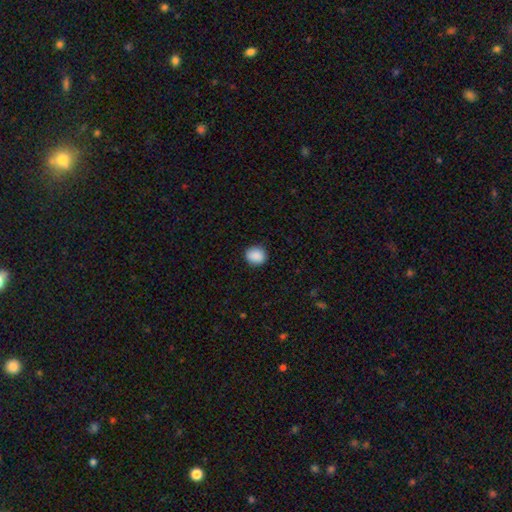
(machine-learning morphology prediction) Smooth or featured? Predicted: smooth (p=0.89). How rounded? Predicted: round (p=0.84). Merging? Predicted: none (p=0.90).